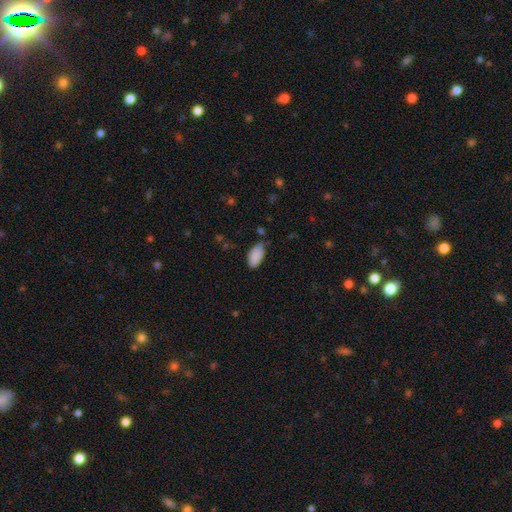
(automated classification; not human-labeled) smooth 88%, star or artifact 7%, featured or disk 5%. Down the decision tree: how rounded — in between (94%); merging — none (63%).